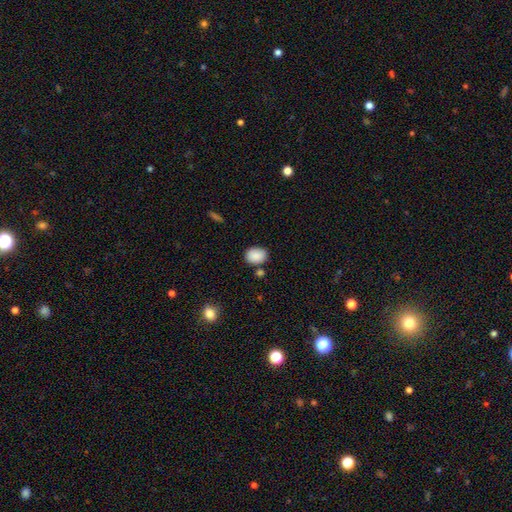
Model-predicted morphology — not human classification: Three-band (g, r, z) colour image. It shows a smooth galaxy with no disk features (89%) that is in between round and cigar-shaped (62%). Merging: none (77%).